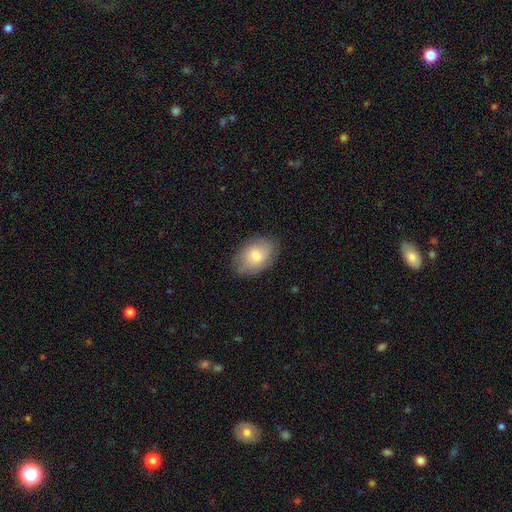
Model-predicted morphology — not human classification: This is likely a smooth galaxy (72%). How rounded: clearly in between (86%). Merging: clearly none (82%).